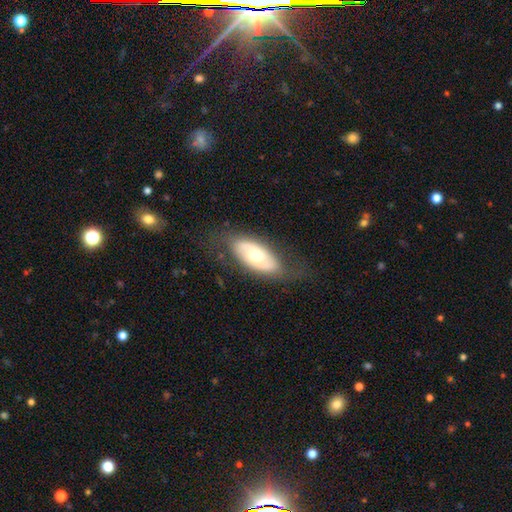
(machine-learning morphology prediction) This is possibly a featured or disk galaxy (52%). It is clearly not viewed edge-on (86%). Merging: likely none (72%).